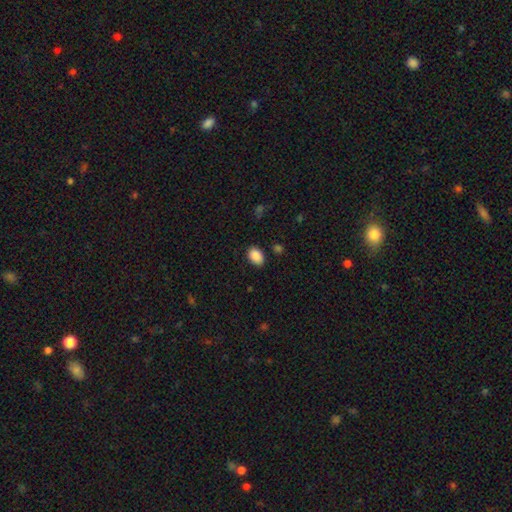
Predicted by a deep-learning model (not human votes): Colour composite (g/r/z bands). It shows a smooth galaxy with no disk features (89%) that is in between round and cigar-shaped (84%). Merging: none (86%).